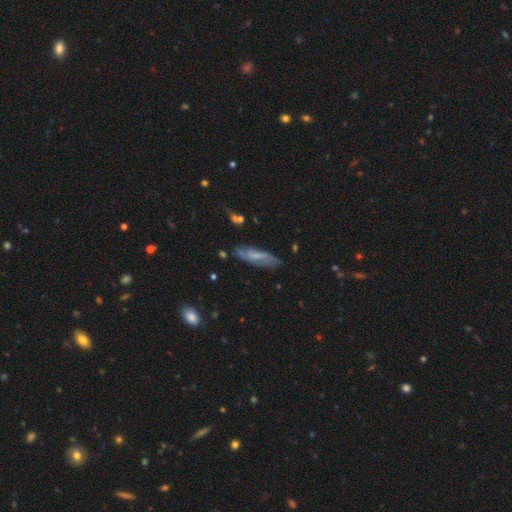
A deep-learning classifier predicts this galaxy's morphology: A featured or disk galaxy (46%). Merging: none (73%).